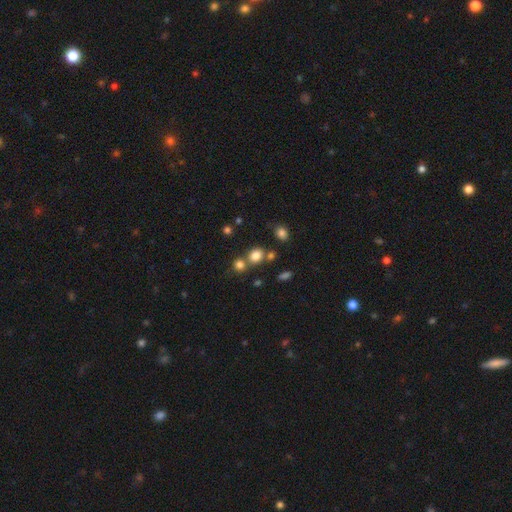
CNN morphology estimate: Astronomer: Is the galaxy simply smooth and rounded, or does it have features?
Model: smooth — 78%.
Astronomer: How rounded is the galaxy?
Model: round — 72%.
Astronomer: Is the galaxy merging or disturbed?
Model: none — 62%.